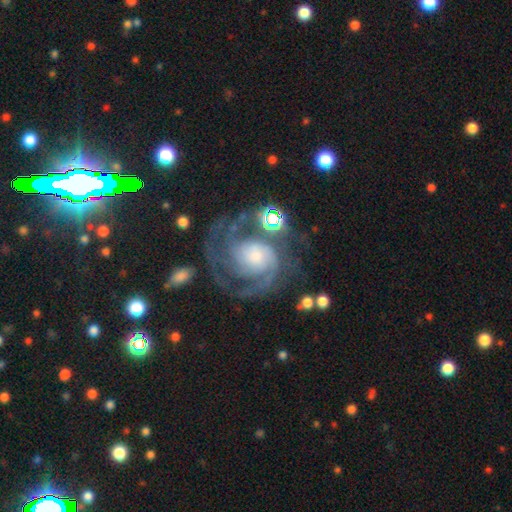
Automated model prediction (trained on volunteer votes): smooth-or-featured: featured or disk: 87% | smooth: 7% | star or artifact: 6%
  disk-edge-on: no: 98% | yes: 2%
    bar: no: 68% | weak: 26% | strong: 6%
    has-spiral-arms: yes: 97% | no: 3%
      spiral-winding: tight: 48% | medium: 41% | loose: 11%
      spiral-arm-count: 2: 38% | 3: 23% | can't tell: 17% | 1: 8% | 4: 7% | more than 4: 6%
    bulge-size: small: 36% | moderate: 32% | large: 19% | none: 10% | dominant: 3%
  merging: none: 57% | major disturbance: 20% | minor disturbance: 18% | merger: 5%